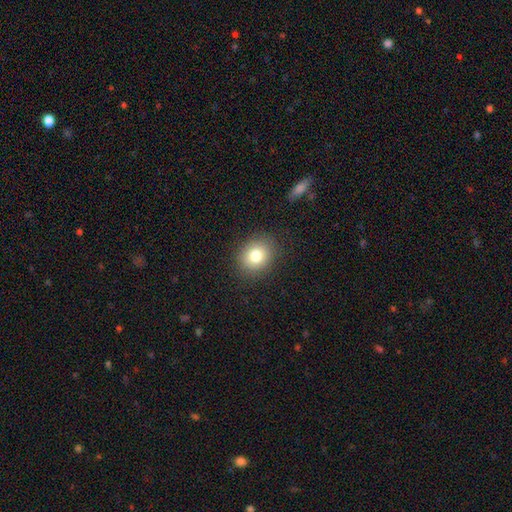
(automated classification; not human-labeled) A smooth galaxy with no disk features (80%) that is round (58%).

Vote fractions:
- Smooth or featured? smooth: 80% / star or artifact: 11% / featured or disk: 9%
- How rounded? round: 58% / in between: 41% / cigar-shaped: 1%
- Merging? none: 87% / minor disturbance: 9% / major disturbance: 3% / merger: 1%